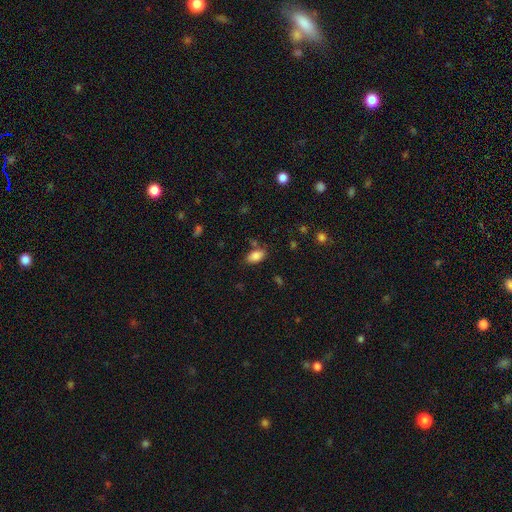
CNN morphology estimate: smooth_or_featured: smooth (p=0.86) [alt: star or artifact p=0.08]
how_rounded: in between (p=0.93) [alt: round p=0.04]
merging: none (p=0.75) [alt: minor disturbance p=0.14]